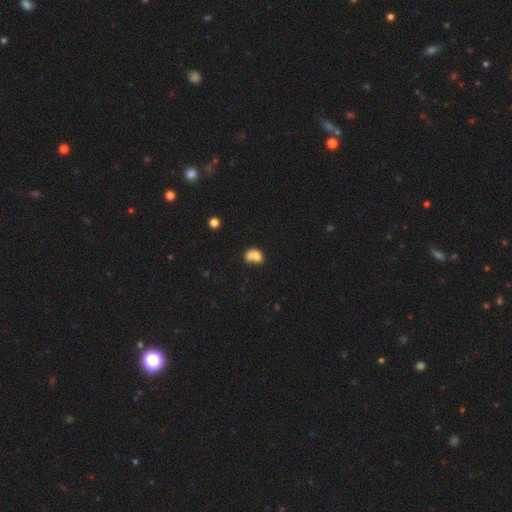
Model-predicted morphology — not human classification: smooth 71%, featured or disk 19%, star or artifact 10%. Down the decision tree: how rounded — in between (60%); merging — merger (51%).